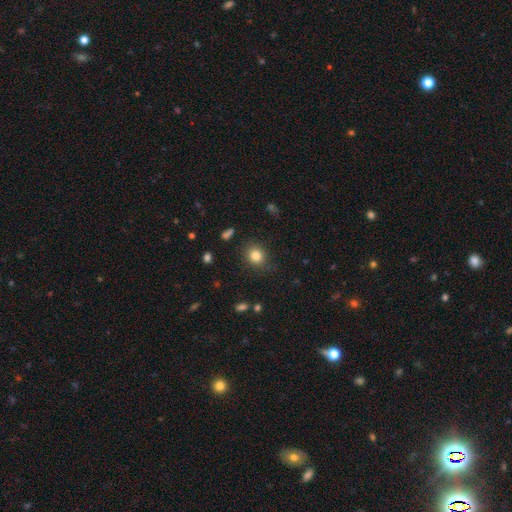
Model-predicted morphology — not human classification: smooth 82%, star or artifact 12%, featured or disk 6%. Down the decision tree: how rounded — round (76%); merging — none (83%).